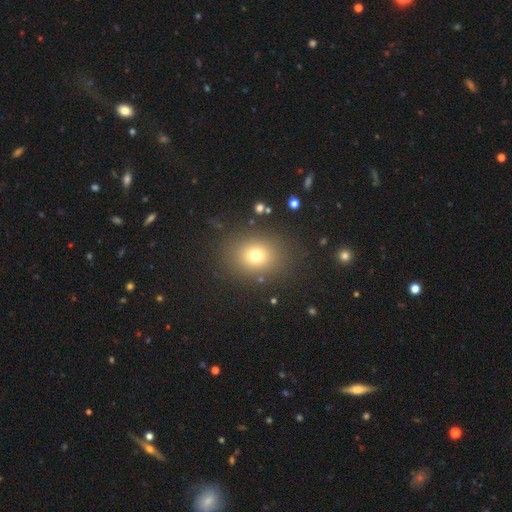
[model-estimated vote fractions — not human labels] The model was most divided on "how rounded": round: 62%, in between: 37%, cigar-shaped: 1%. More confident: merging — none (85%); smooth or featured — smooth (73%).